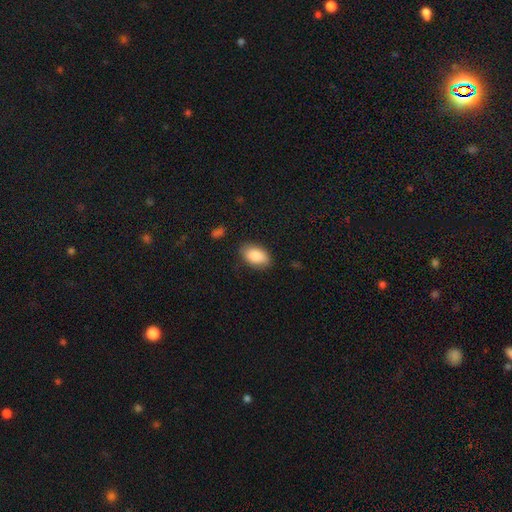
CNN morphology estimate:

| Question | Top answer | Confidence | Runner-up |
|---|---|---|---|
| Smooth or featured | smooth | 87% | star or artifact (7%) |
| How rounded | in between | 91% | round (7%) |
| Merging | none | 81% | minor disturbance (14%) |